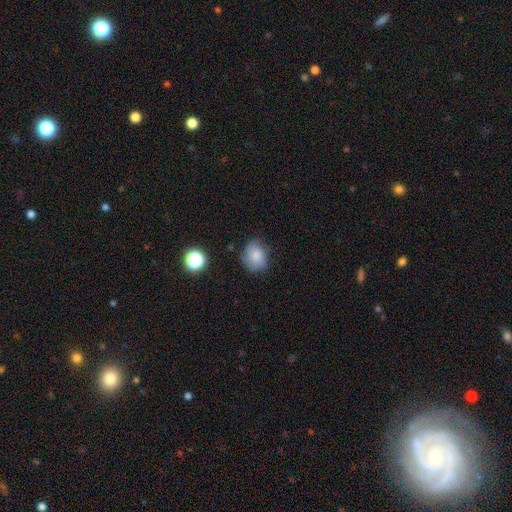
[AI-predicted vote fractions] Q: Smooth or featured?
A: smooth (78%); runner-up: featured or disk (11%)
Q: How rounded?
A: round (57%); runner-up: in between (42%)
Q: Merging?
A: none (66%); runner-up: minor disturbance (25%)